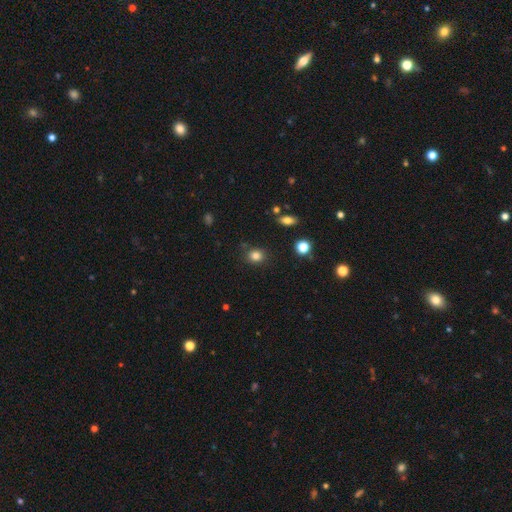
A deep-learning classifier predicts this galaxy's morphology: smooth-or-featured: smooth: 83% | star or artifact: 12% | featured or disk: 5%
  how-rounded: round: 76% | in between: 23% | cigar-shaped: 1%
  merging: none: 84% | minor disturbance: 10% | major disturbance: 3% | merger: 3%